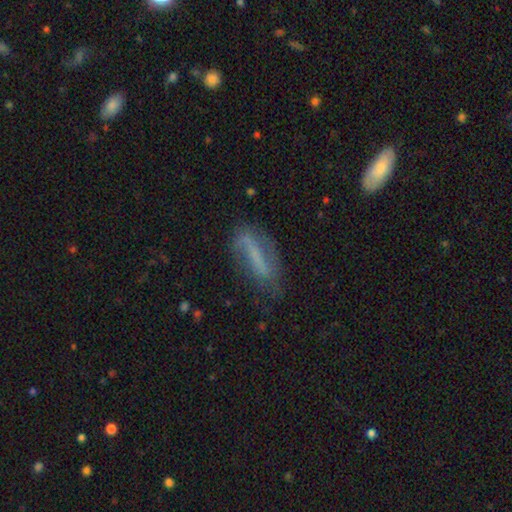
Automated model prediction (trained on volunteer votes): Q: Smooth or featured?
A: featured or disk (52%); runner-up: smooth (37%)
Q: Edge-on disk?
A: no (78%); runner-up: yes (22%)
Q: Merging?
A: none (60%); runner-up: minor disturbance (25%)